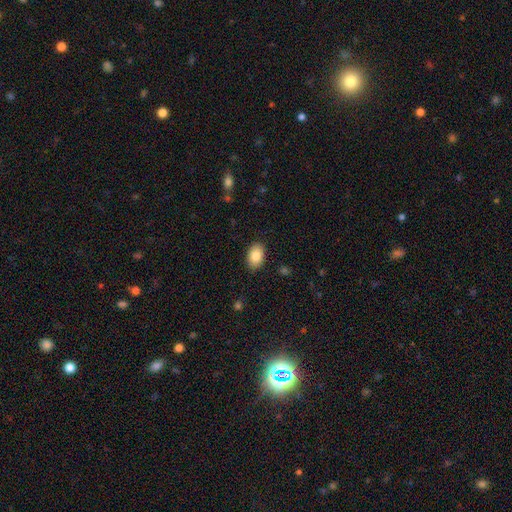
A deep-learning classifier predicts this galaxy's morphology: This is clearly a smooth galaxy (86%). How rounded: clearly in between (89%). Merging: clearly none (88%).